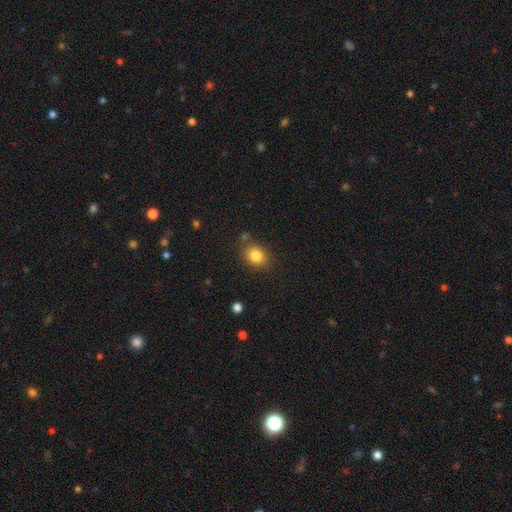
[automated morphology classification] Q: Smooth or featured?
A: smooth (83%); runner-up: star or artifact (10%)
Q: How rounded?
A: round (58%); runner-up: in between (41%)
Q: Merging?
A: none (79%); runner-up: minor disturbance (12%)